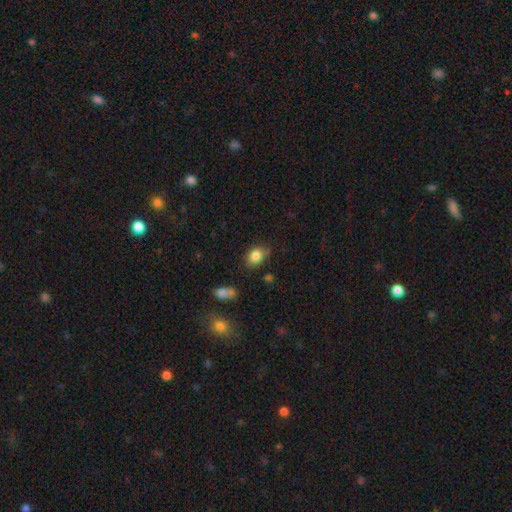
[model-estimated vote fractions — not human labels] The model was most divided on "how rounded": in between: 70%, round: 29%, cigar-shaped: 1%. More confident: smooth or featured — smooth (84%); merging — none (68%).